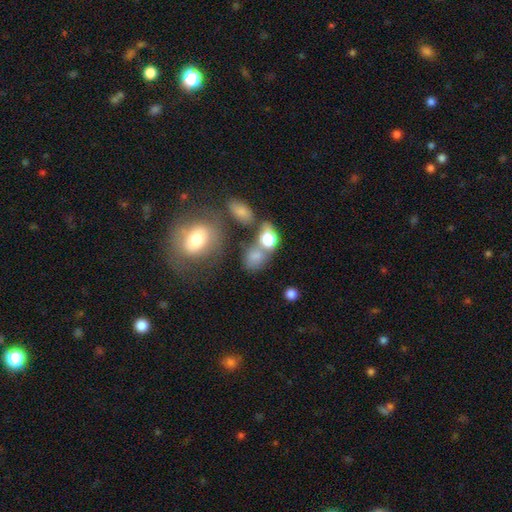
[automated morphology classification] Smooth or featured? smooth (70%)
How rounded? round (50%)
Merging? none (43%)